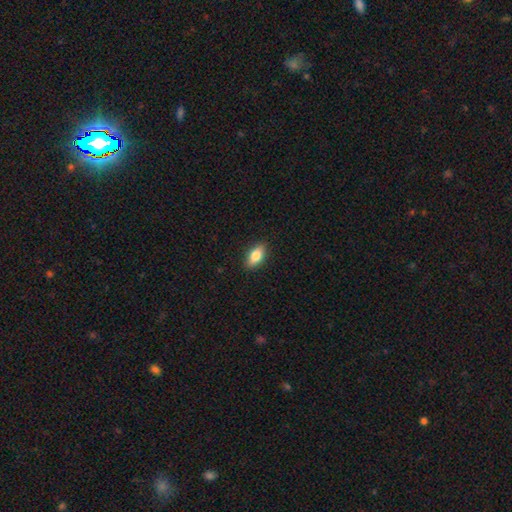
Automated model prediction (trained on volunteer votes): Q: Smooth or featured?
A: smooth (79%); runner-up: featured or disk (14%)
Q: How rounded?
A: in between (88%); runner-up: cigar-shaped (8%)
Q: Merging?
A: none (89%); runner-up: minor disturbance (8%)